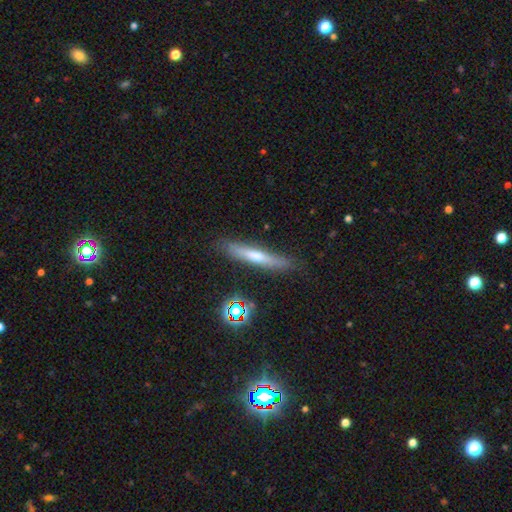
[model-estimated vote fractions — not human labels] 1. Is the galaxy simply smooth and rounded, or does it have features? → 47% smooth, 42% featured or disk, 11% star or artifact.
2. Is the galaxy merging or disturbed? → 85% none, 11% minor disturbance, 2% major disturbance, 2% merger.